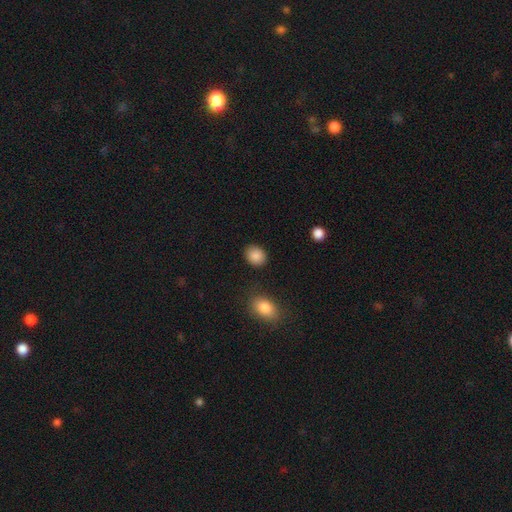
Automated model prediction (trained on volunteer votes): Smooth or featured: smooth — 89% (star or artifact — 8%)
How rounded: round — 53% (in between — 46%)
Merging: none — 85% (minor disturbance — 9%)